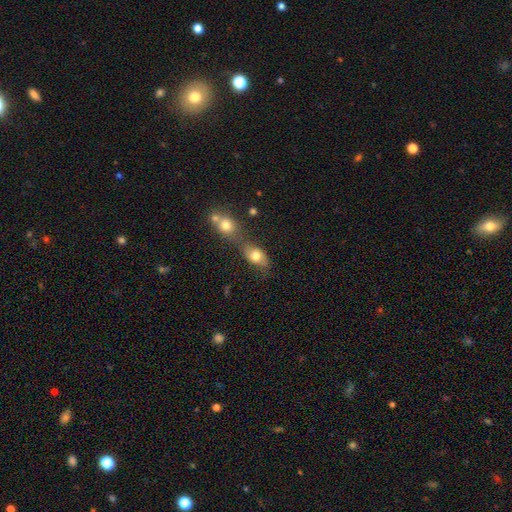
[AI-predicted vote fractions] Smooth or featured? Predicted: smooth (p=0.73). How rounded? Predicted: in between (p=0.75). Merging? Predicted: none (p=0.43).